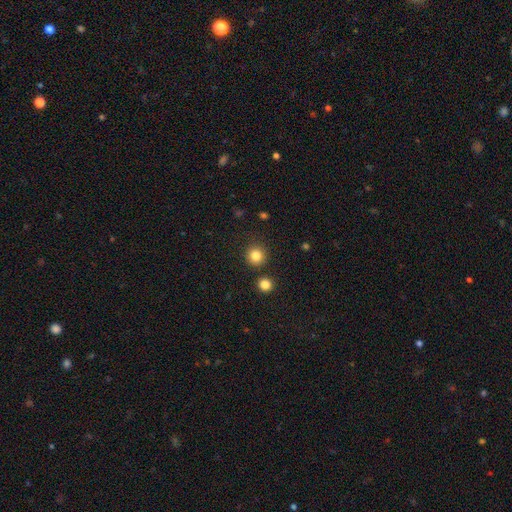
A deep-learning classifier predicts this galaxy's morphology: A smooth galaxy with no disk features (84%) that is round (94%). Merging: none (87%).